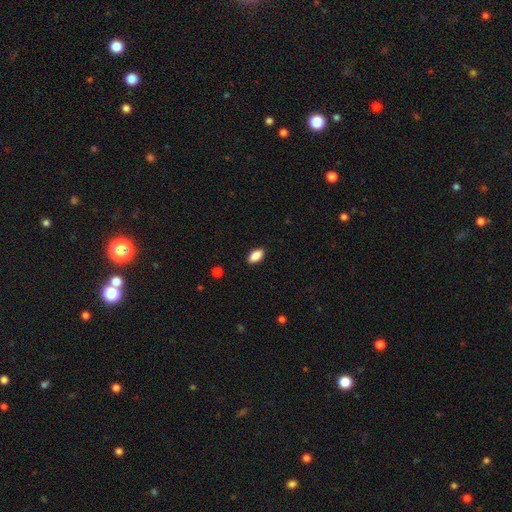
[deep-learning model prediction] Smooth or featured: smooth — 89% (star or artifact — 7%)
How rounded: in between — 93% (round — 4%)
Merging: none — 89% (minor disturbance — 9%)